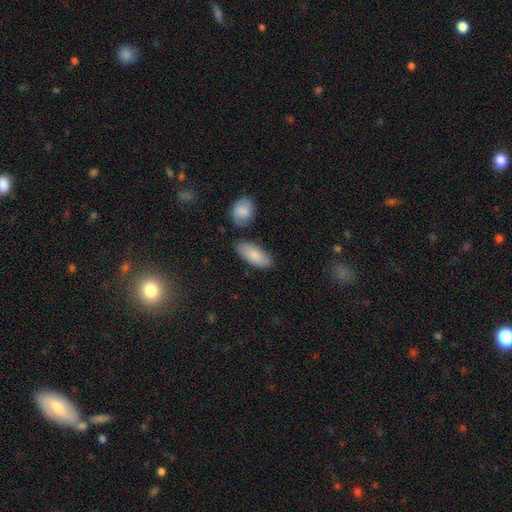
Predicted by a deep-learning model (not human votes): Overall: smooth (83%). How rounded: in between (88%). Merging: none (75%).